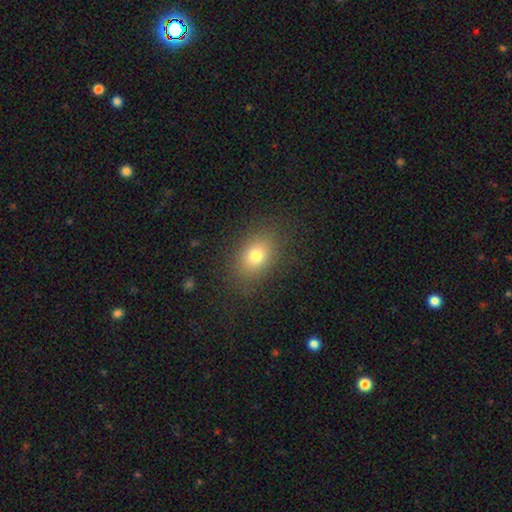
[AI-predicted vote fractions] Overall: smooth (77%). How rounded: in between (72%). Merging: none (84%).